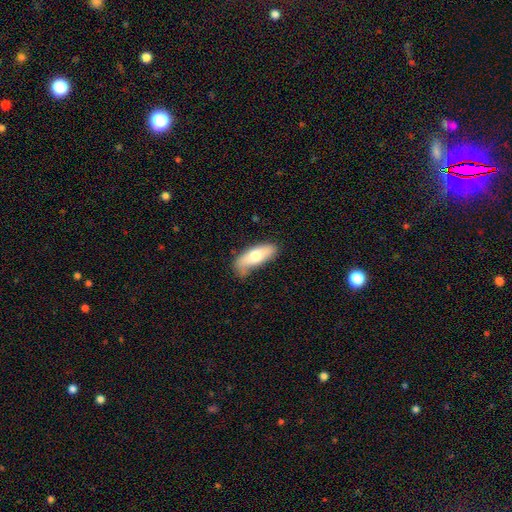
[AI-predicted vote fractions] Q: Smooth or featured?
A: smooth (69%); runner-up: featured or disk (25%)
Q: How rounded?
A: in between (70%); runner-up: cigar-shaped (27%)
Q: Merging?
A: none (59%); runner-up: minor disturbance (29%)